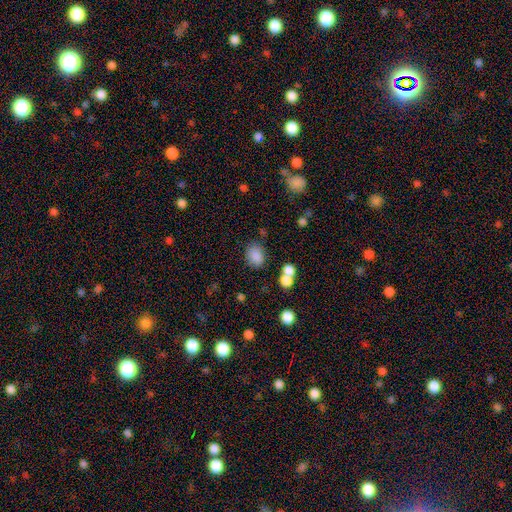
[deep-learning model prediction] Smooth or featured?
  - smooth: 84% *
  - star or artifact: 11%
  - featured or disk: 6%
How rounded?
  - in between: 58% *
  - round: 41%
  - cigar-shaped: 1%
Merging?
  - none: 71% *
  - minor disturbance: 14%
  - merger: 10%
  - major disturbance: 5%